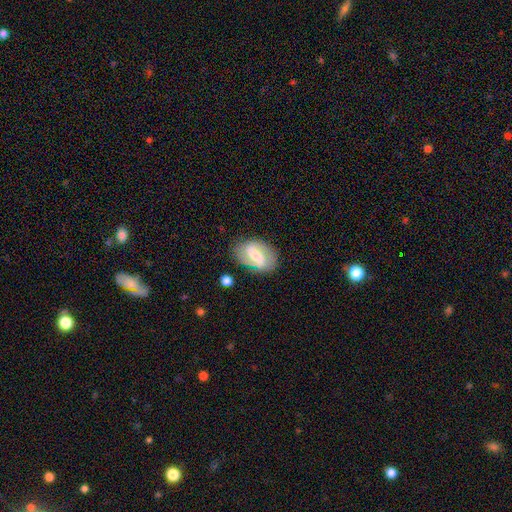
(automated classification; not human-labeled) This appears to be a featured or disk galaxy (71%) with a weak bar (44%), 2 (83%) medium (43%) spiral arms (88%) and a moderate central bulge (45%). Merging: none (77%).